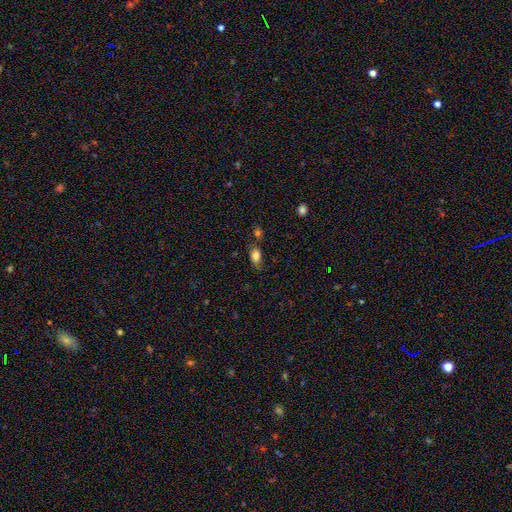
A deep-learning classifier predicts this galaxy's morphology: Smooth or featured?
  - smooth: 81% *
  - star or artifact: 10%
  - featured or disk: 9%
How rounded?
  - in between: 85% *
  - round: 13%
  - cigar-shaped: 2%
Merging?
  - none: 56% *
  - minor disturbance: 24%
  - merger: 10%
  - major disturbance: 9%